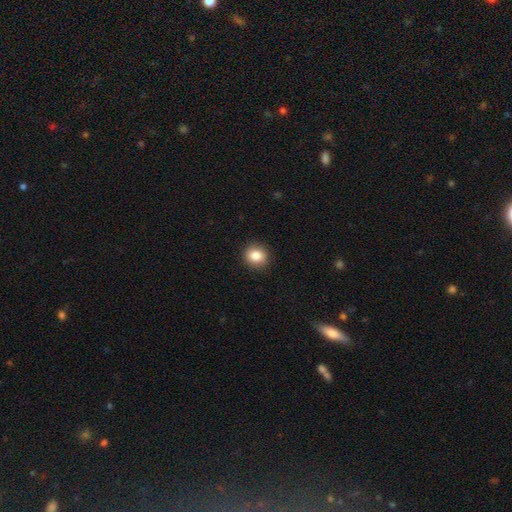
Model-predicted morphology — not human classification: type=smooth (84%); roundness=round (82%); merging=none (91%).